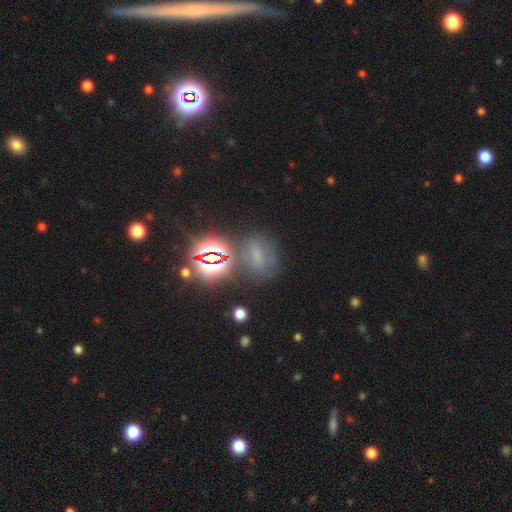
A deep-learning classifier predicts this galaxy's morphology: A star or artifact, not a galaxy (46%).

Vote fractions:
- Smooth or featured? star or artifact: 46% / smooth: 34% / featured or disk: 19%